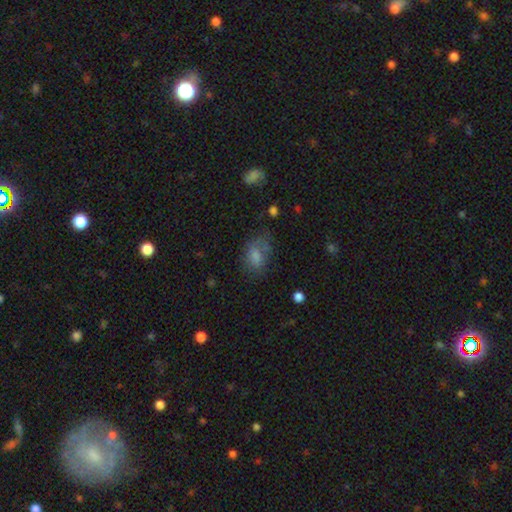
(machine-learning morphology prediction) type=smooth (63%); roundness=in between (82%); merging=none (50%).